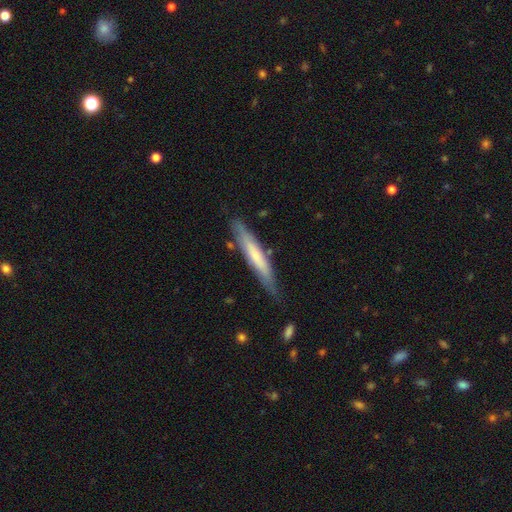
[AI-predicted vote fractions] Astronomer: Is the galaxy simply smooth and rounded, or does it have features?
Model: smooth — 53% (runner-up: featured or disk, 41%).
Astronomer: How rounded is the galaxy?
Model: cigar-shaped — 93%.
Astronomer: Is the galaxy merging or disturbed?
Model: none — 79%.